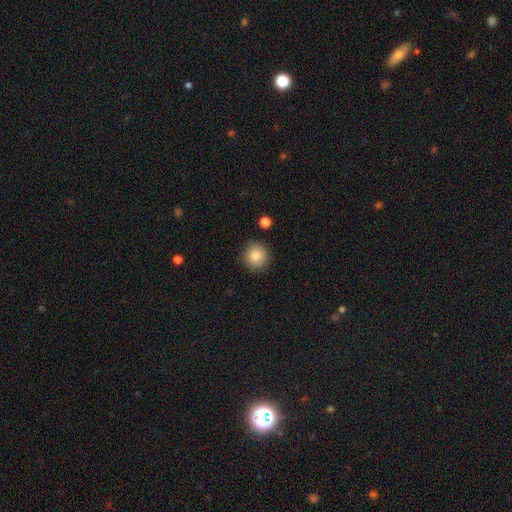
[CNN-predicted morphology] Smooth or featured?
  - smooth: 87% *
  - star or artifact: 9%
  - featured or disk: 5%
How rounded?
  - round: 90% *
  - in between: 9%
  - cigar-shaped: 1%
Merging?
  - none: 88% *
  - minor disturbance: 8%
  - major disturbance: 2%
  - merger: 2%